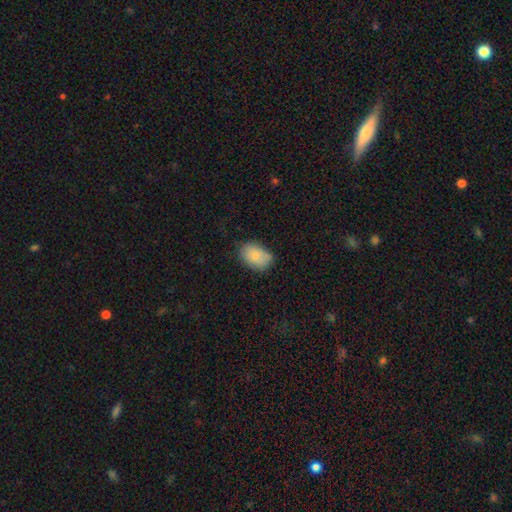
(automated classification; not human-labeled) smooth_or_featured: smooth (p=0.81) [alt: featured or disk p=0.12]
how_rounded: in between (p=0.83) [alt: round p=0.15]
merging: none (p=0.63) [alt: minor disturbance p=0.27]